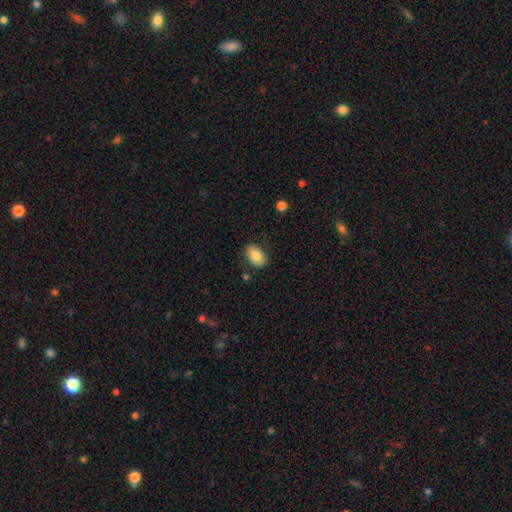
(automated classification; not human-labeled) This appears to be a smooth galaxy with no disk features (84%) that is in between round and cigar-shaped (87%). Merging: none (83%).